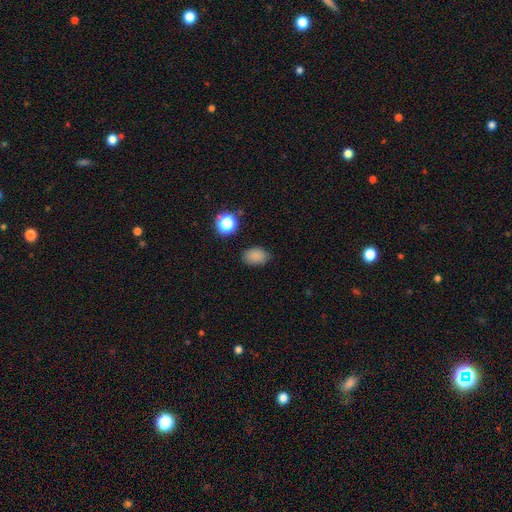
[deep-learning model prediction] This appears to be a smooth galaxy with no disk features (81%) that is in between round and cigar-shaped (78%). Merging: none (78%).